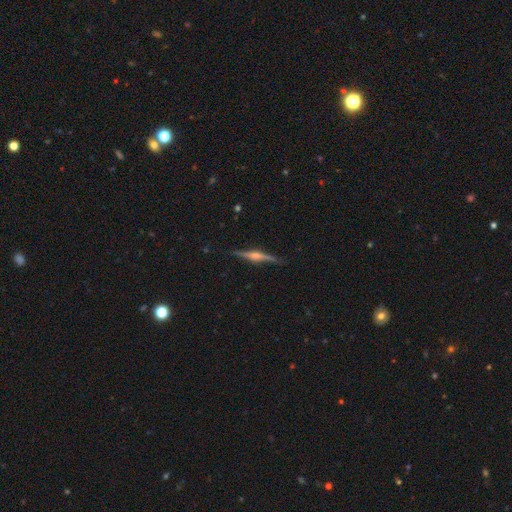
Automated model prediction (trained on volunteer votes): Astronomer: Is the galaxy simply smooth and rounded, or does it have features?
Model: featured or disk — 79%.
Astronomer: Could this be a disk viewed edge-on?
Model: yes — 98%.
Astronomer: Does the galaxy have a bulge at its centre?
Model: rounded — 77%.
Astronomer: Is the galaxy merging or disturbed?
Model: none — 87%.